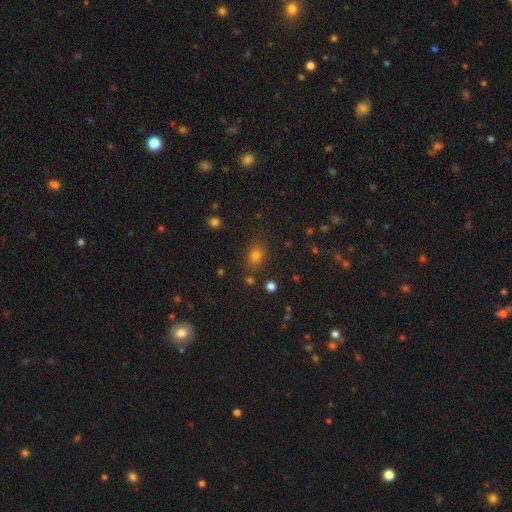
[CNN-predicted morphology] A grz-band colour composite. It shows a smooth galaxy with no disk features (72%) that is in between round and cigar-shaped (55%). Merging: none (80%).